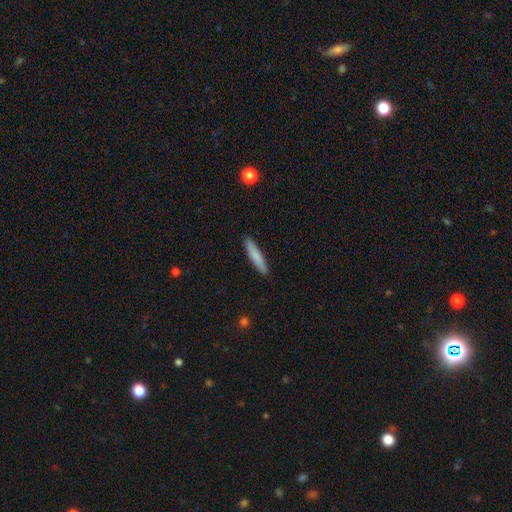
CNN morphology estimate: Smooth or featured: smooth — 81% (featured or disk — 14%)
How rounded: cigar-shaped — 91% (in between — 8%)
Merging: none — 91% (minor disturbance — 7%)